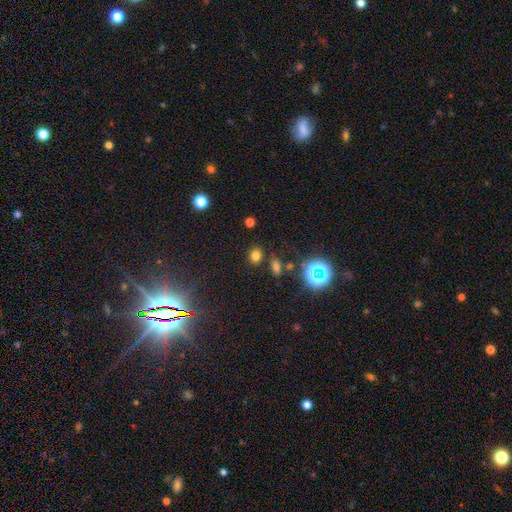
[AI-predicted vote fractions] smooth_or_featured: smooth (p=0.70) [alt: star or artifact p=0.24]
how_rounded: in between (p=0.52) [alt: round p=0.47]
merging: none (p=0.81) [alt: minor disturbance p=0.10]